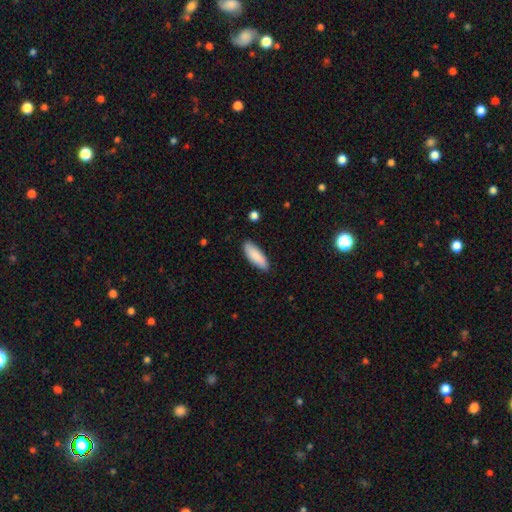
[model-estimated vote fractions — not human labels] The model was most divided on "how rounded": in between: 69%, cigar-shaped: 30%, round: 2%. More confident: smooth or featured — smooth (88%); merging — none (85%).